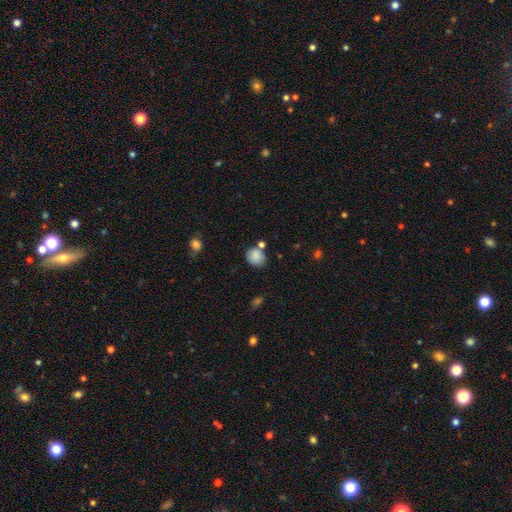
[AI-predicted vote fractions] This appears to be a smooth galaxy with no disk features (84%) that is round (65%). Merging: none (63%).